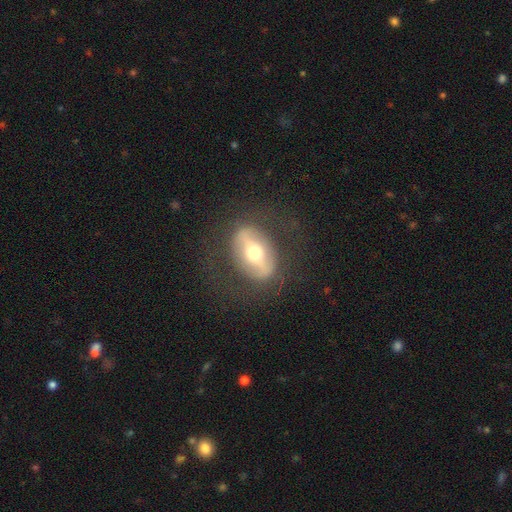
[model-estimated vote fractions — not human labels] Smooth or featured? featured or disk (66%)
Edge-on disk? no (71%)
Merging? none (79%)